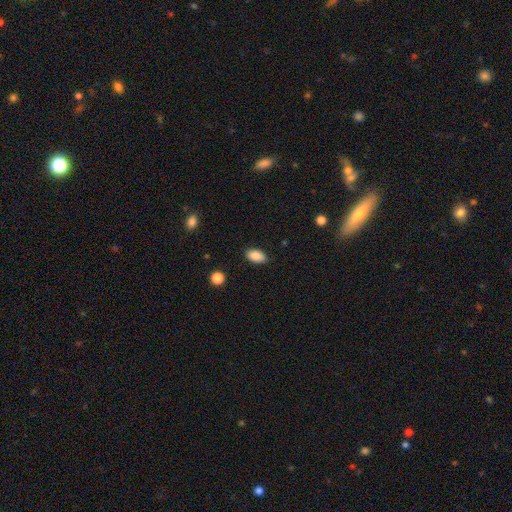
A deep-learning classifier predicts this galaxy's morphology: A smooth galaxy with no disk features (88%) that is in between round and cigar-shaped (93%). Merging: none (86%).